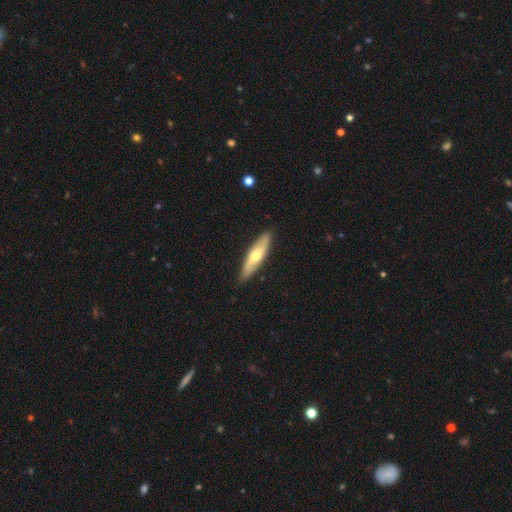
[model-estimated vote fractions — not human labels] smooth-or-featured: featured or disk: 48% | smooth: 47% | star or artifact: 5%
  merging: none: 86% | minor disturbance: 11% | major disturbance: 2% | merger: 1%